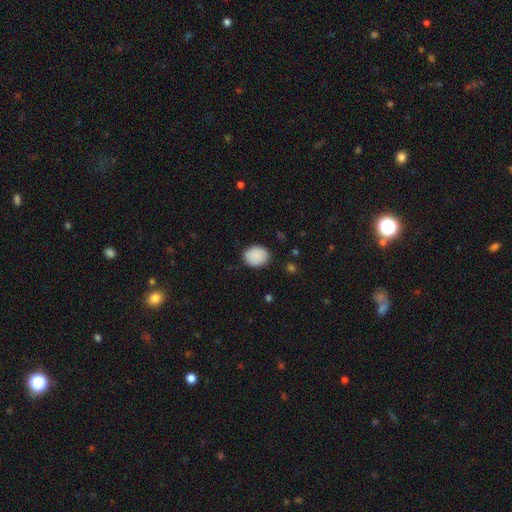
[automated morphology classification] smooth 89%, star or artifact 7%, featured or disk 4%. Down the decision tree: how rounded — in between (55%); merging — none (83%).